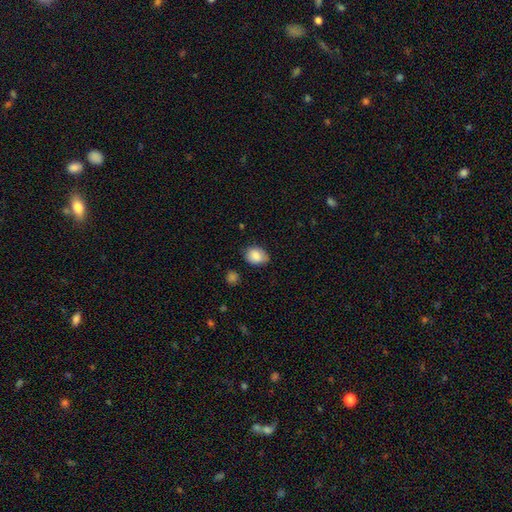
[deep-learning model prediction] smooth-or-featured: smooth: 85% | star or artifact: 8% | featured or disk: 7%
  how-rounded: in between: 67% | round: 32% | cigar-shaped: 1%
  merging: none: 70% | minor disturbance: 23% | major disturbance: 4% | merger: 2%